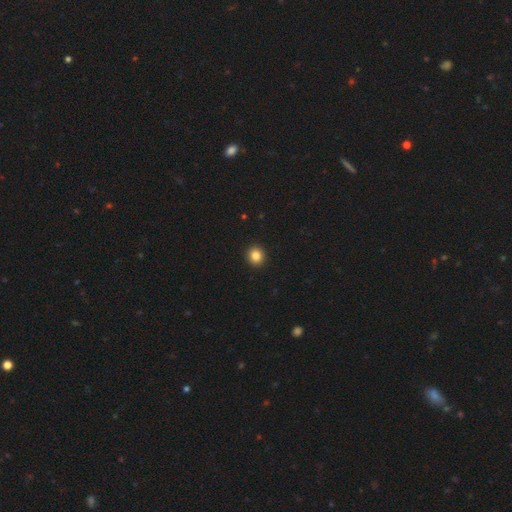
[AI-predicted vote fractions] This appears to be a smooth galaxy with no disk features (85%) that is round (86%). Merging: none (94%).